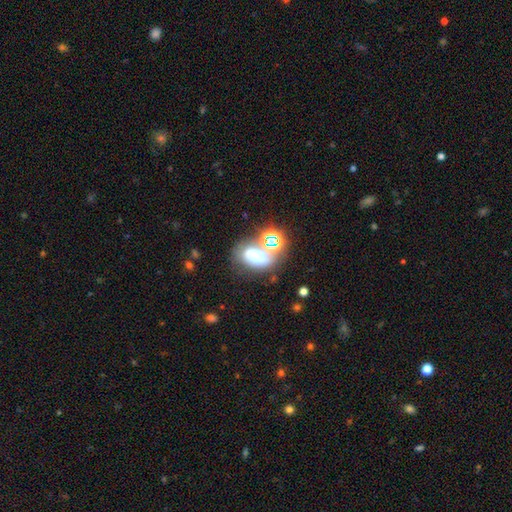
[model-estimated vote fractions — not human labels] smooth 51%, star or artifact 27%, featured or disk 22%. Down the decision tree: how rounded — in between (69%); merging — none (36%).